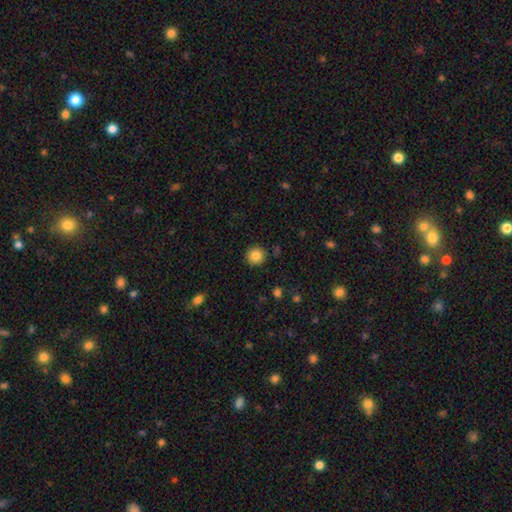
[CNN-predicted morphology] smooth_or_featured: smooth (p=0.84) [alt: star or artifact p=0.10]
how_rounded: round (p=0.93) [alt: in between p=0.06]
merging: none (p=0.90) [alt: minor disturbance p=0.06]